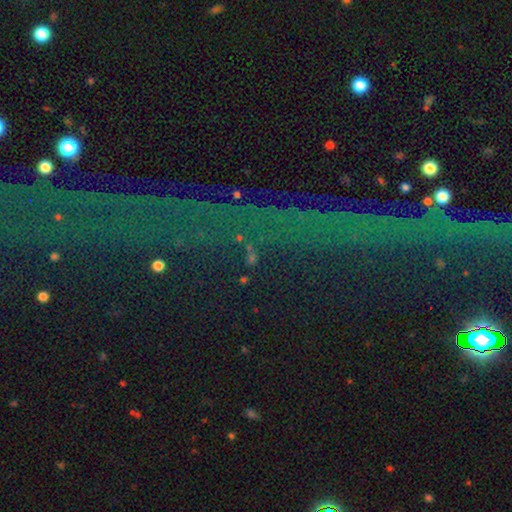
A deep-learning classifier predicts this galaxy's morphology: The model was most divided on "smooth or featured": star or artifact: 79%, featured or disk: 12%, smooth: 10%.